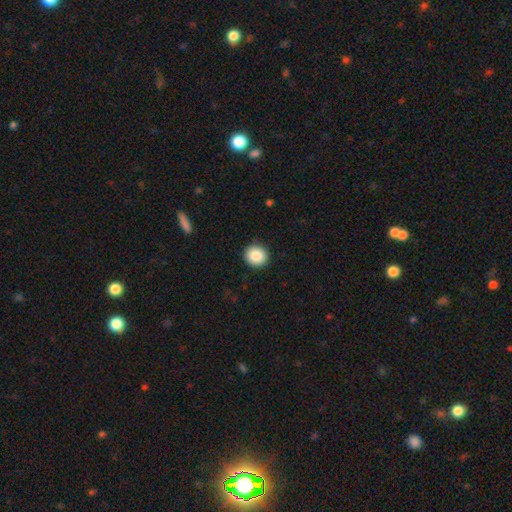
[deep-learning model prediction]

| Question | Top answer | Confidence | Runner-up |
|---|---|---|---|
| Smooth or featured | smooth | 88% | star or artifact (8%) |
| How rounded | round | 90% | in between (9%) |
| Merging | none | 91% | minor disturbance (6%) |